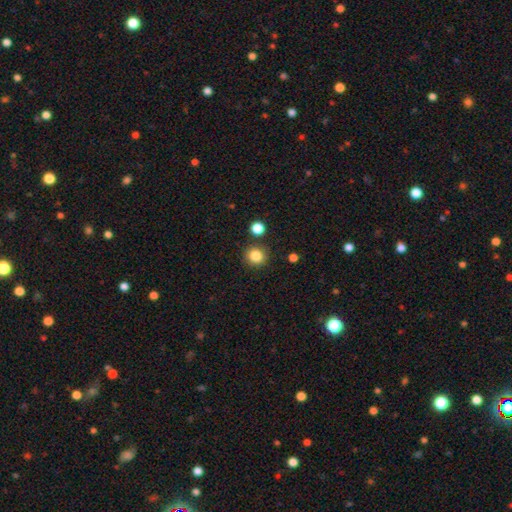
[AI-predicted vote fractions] This is clearly a smooth galaxy (84%). How rounded: clearly round (92%). Merging: clearly none (87%).